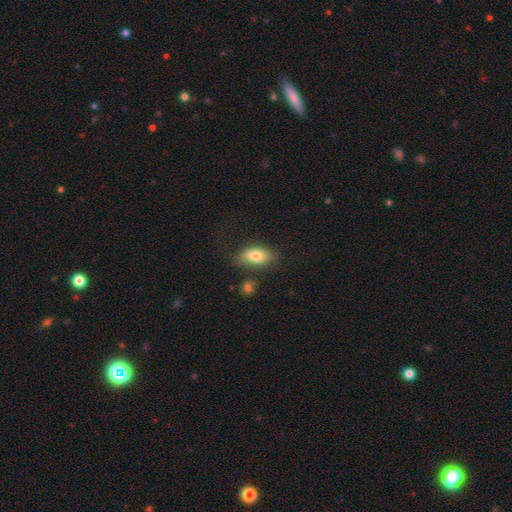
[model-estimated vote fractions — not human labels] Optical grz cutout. It shows a smooth galaxy with no disk features (79%) that is in between round and cigar-shaped (89%). Merging: none (72%).